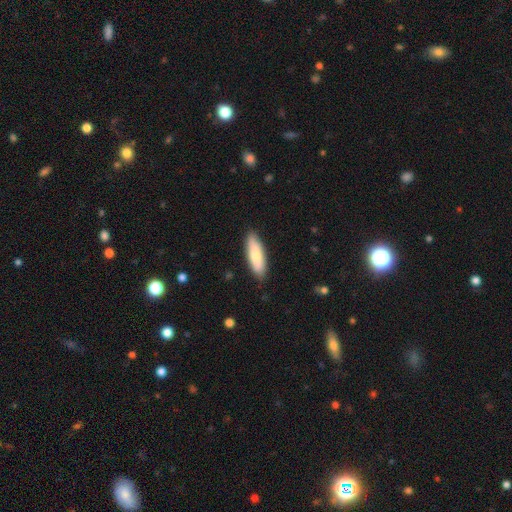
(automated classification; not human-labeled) Smooth or featured? smooth (78%)
How rounded? cigar-shaped (50%)
Merging? none (87%)